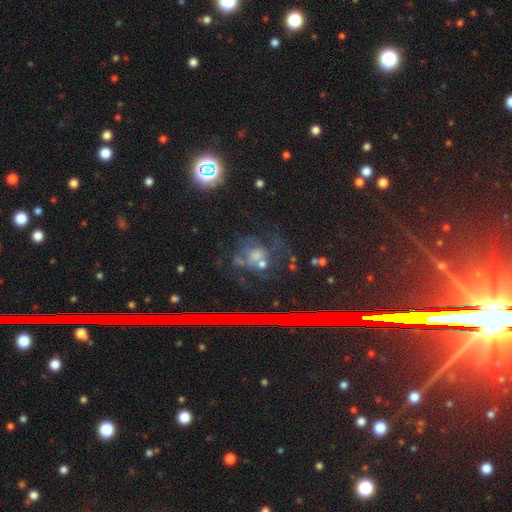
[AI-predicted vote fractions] Smooth or featured? star or artifact (38%)